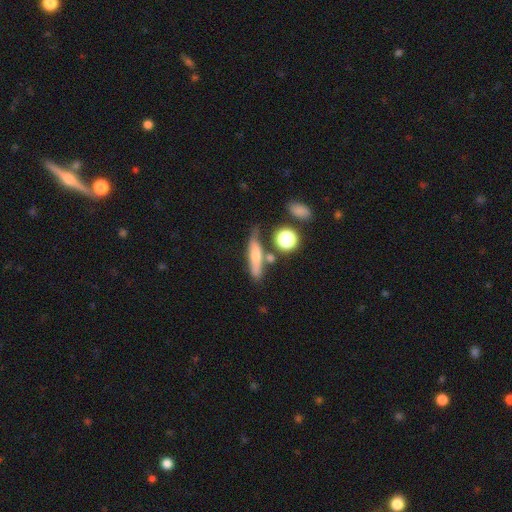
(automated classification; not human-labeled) Overall: smooth (55%; featured or disk 35%). How rounded: cigar-shaped (64%; in between 27%). Merging: none (61%).